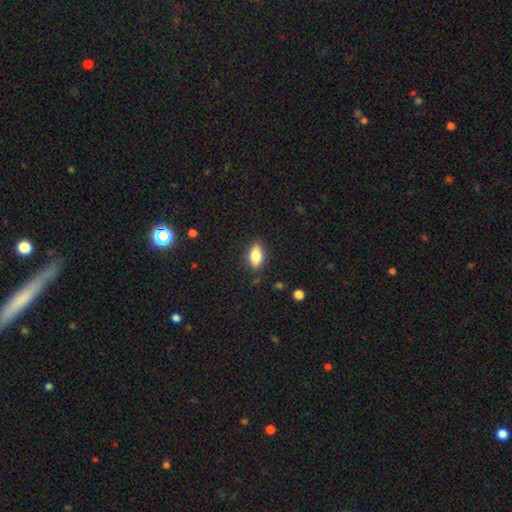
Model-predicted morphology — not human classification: A smooth galaxy with no disk features (79%) that is in between round and cigar-shaped (85%). Merging: none (86%).